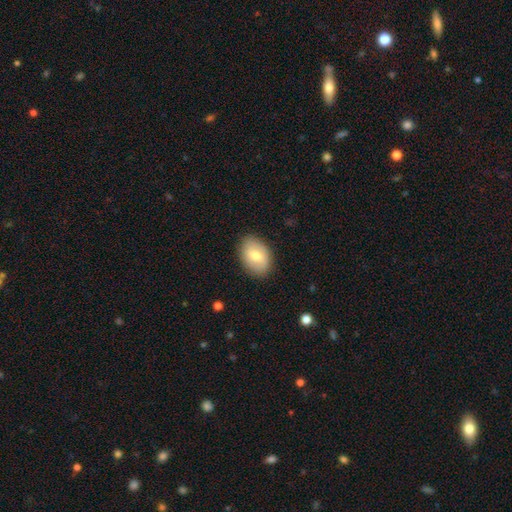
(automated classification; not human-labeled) Q: Smooth or featured?
A: smooth (68%); runner-up: featured or disk (25%)
Q: How rounded?
A: in between (83%); runner-up: round (15%)
Q: Merging?
A: none (85%); runner-up: minor disturbance (12%)